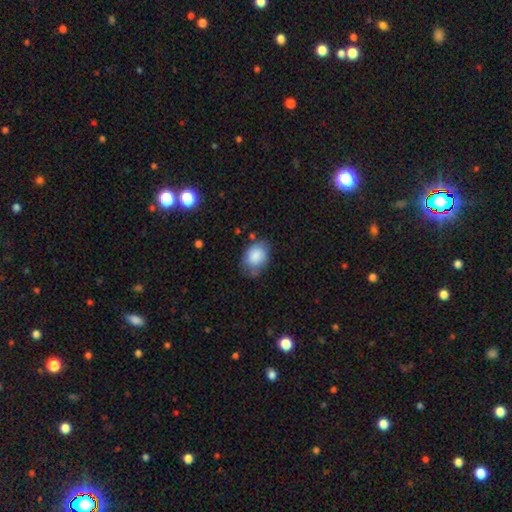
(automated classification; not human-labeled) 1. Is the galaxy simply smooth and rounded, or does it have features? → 84% smooth, 9% featured or disk, 7% star or artifact.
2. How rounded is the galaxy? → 68% in between, 31% round, 1% cigar-shaped.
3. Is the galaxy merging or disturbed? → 61% none, 27% minor disturbance, 8% major disturbance, 3% merger.